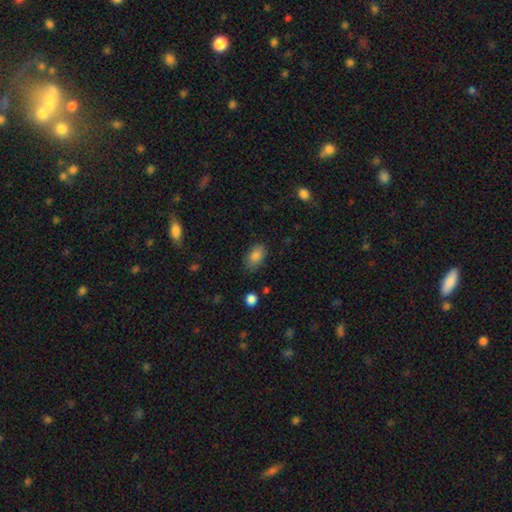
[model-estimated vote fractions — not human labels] Smooth or featured: smooth — 86% (star or artifact — 9%)
How rounded: in between — 90% (round — 8%)
Merging: none — 82% (minor disturbance — 13%)